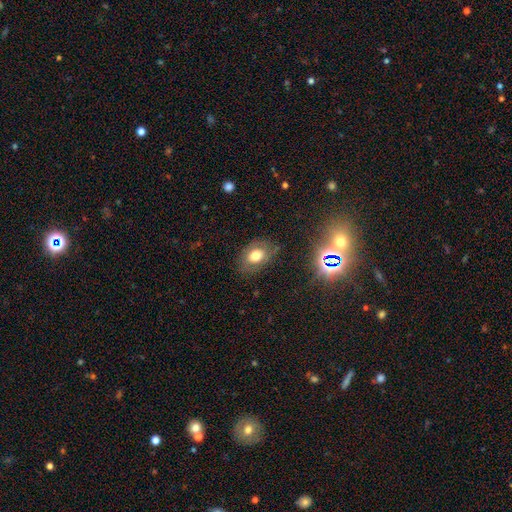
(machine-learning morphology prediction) Overall: smooth (68%). How rounded: in between (75%). Merging: none (78%).